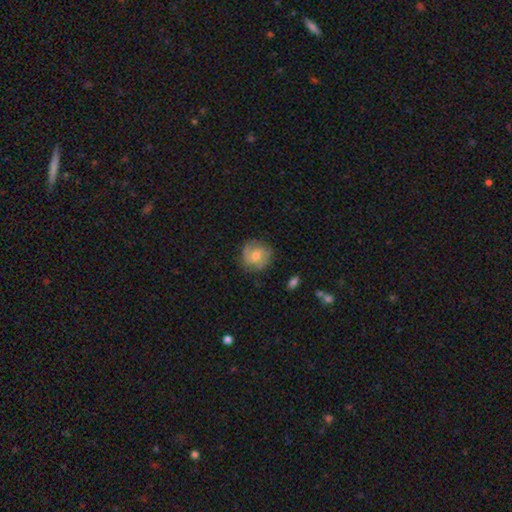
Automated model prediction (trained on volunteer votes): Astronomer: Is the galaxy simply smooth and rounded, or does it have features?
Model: featured or disk — 52% (runner-up: smooth, 41%).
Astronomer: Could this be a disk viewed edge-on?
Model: no — 97%.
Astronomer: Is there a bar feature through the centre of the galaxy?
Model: no — 67%.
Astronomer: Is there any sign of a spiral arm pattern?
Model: yes — 82%.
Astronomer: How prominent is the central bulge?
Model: moderate — 62%.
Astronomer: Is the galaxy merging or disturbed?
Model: none — 73%.